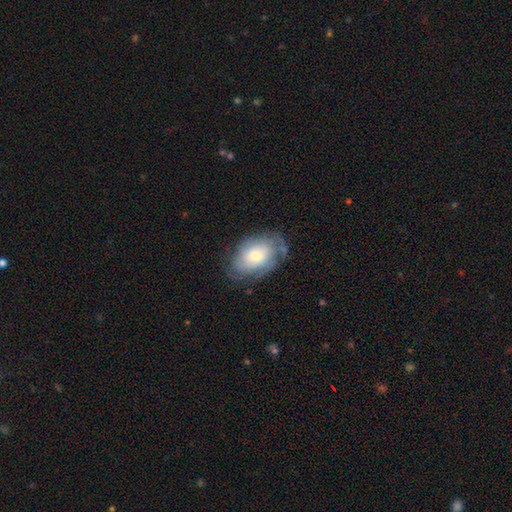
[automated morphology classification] Smooth or featured: featured or disk — 50% (smooth — 42%)
Merging: none — 65% (minor disturbance — 23%)